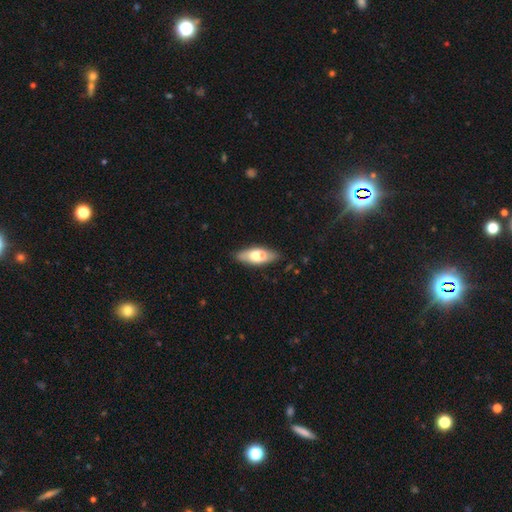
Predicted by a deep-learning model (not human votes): smooth 64%, featured or disk 30%, star or artifact 6%. Down the decision tree: how rounded — in between (73%); merging — none (80%).